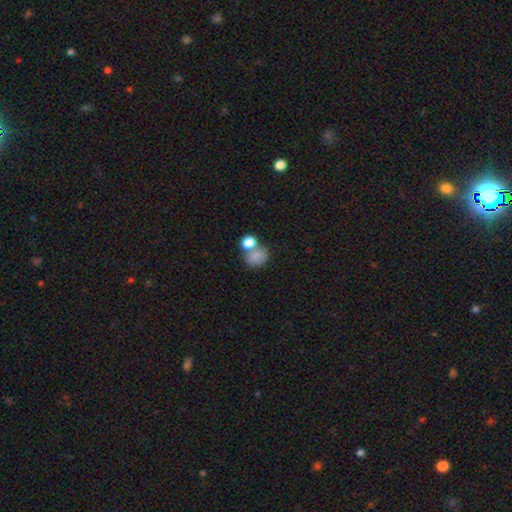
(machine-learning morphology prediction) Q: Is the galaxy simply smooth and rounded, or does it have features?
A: smooth — 80%.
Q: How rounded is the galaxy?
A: round — 53%.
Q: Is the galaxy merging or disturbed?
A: merger — 41%.